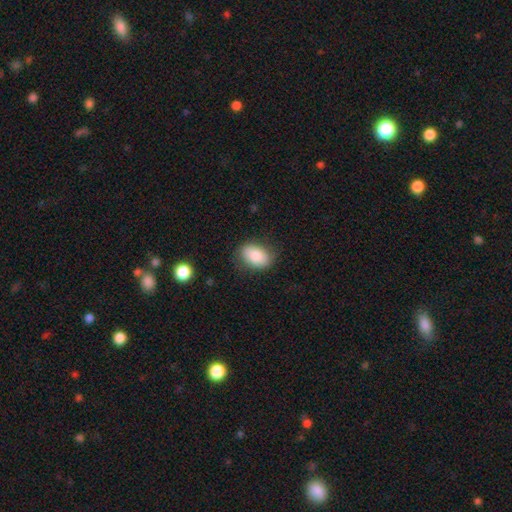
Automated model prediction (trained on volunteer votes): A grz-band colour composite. It shows a smooth galaxy with no disk features (84%) that is in between round and cigar-shaped (86%). Merging: none (77%).